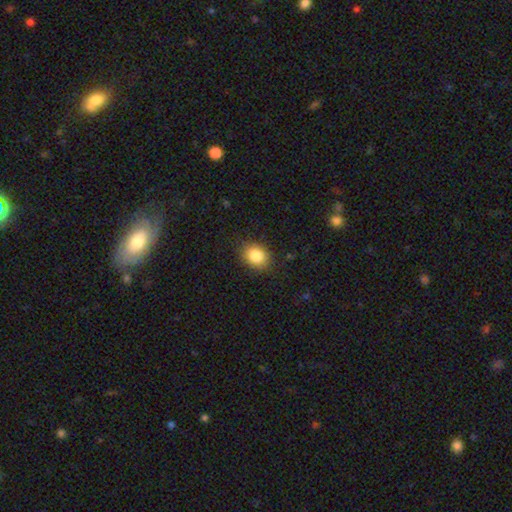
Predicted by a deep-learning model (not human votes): Q: Smooth or featured?
A: smooth (85%); runner-up: star or artifact (9%)
Q: How rounded?
A: in between (56%); runner-up: round (43%)
Q: Merging?
A: none (85%); runner-up: minor disturbance (11%)